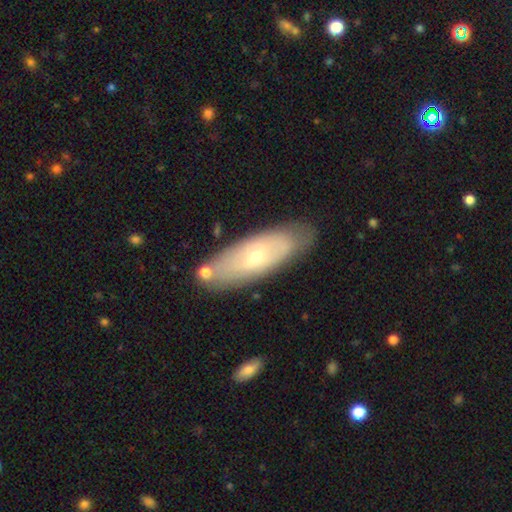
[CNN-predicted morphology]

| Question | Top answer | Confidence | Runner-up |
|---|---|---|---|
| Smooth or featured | featured or disk | 49% | smooth (45%) |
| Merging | none | 78% | minor disturbance (15%) |